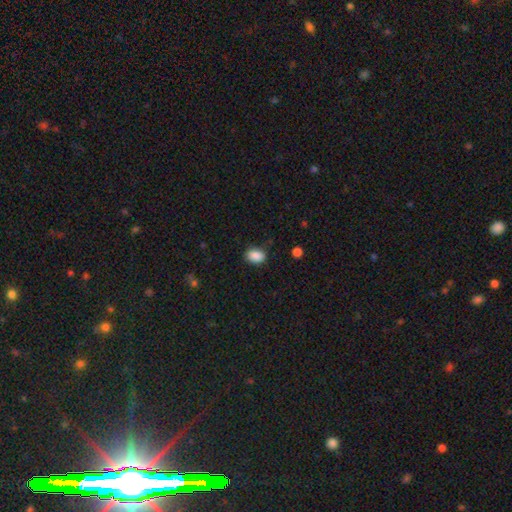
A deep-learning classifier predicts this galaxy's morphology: smooth_or_featured: smooth (p=0.88) [alt: star or artifact p=0.08]
how_rounded: in between (p=0.80) [alt: round p=0.19]
merging: none (p=0.83) [alt: minor disturbance p=0.13]